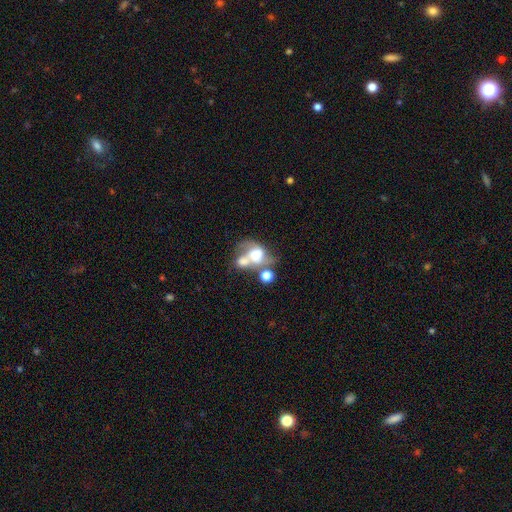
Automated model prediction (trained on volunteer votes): Smooth or featured? featured or disk (48%)
Merging? merger (57%)